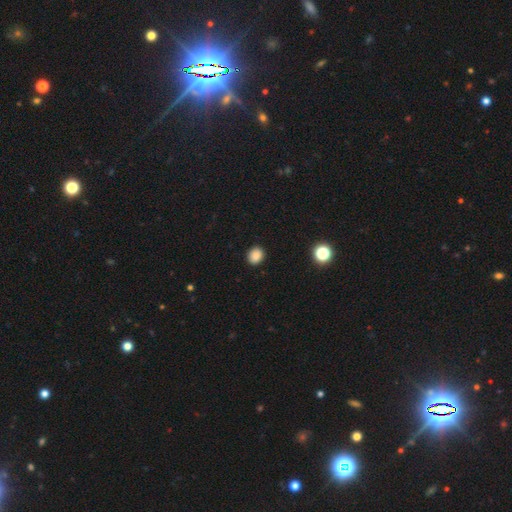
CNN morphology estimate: type=smooth (87%); roundness=round (66%); merging=none (91%).